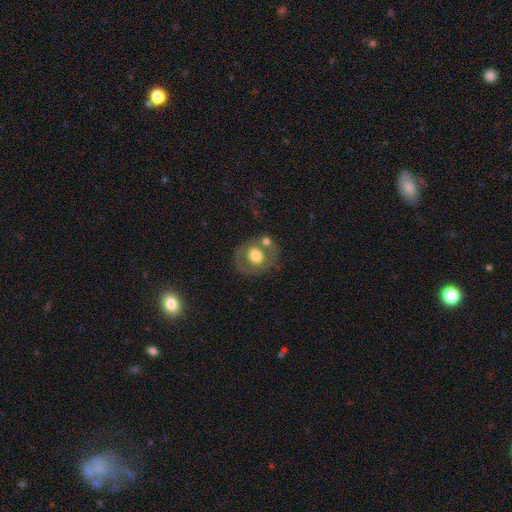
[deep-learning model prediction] Q: Smooth or featured?
A: smooth (56%); runner-up: featured or disk (36%)
Q: How rounded?
A: round (73%); runner-up: in between (26%)
Q: Merging?
A: none (59%); runner-up: merger (18%)